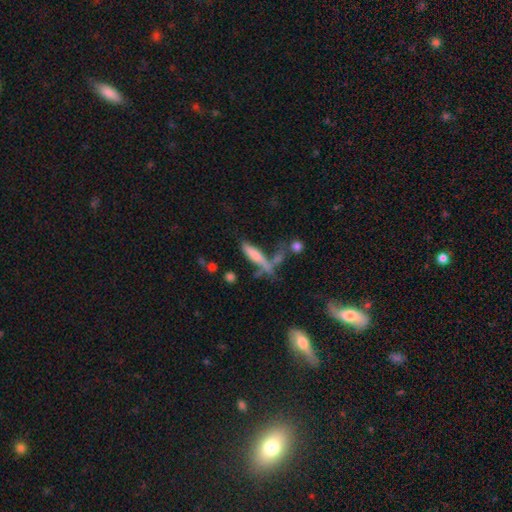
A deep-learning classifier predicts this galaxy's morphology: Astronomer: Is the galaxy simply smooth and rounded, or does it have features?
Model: smooth — 67%.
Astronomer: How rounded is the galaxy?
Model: cigar-shaped — 78%.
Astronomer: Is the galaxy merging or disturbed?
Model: none — 44% (runner-up: merger, 25%).